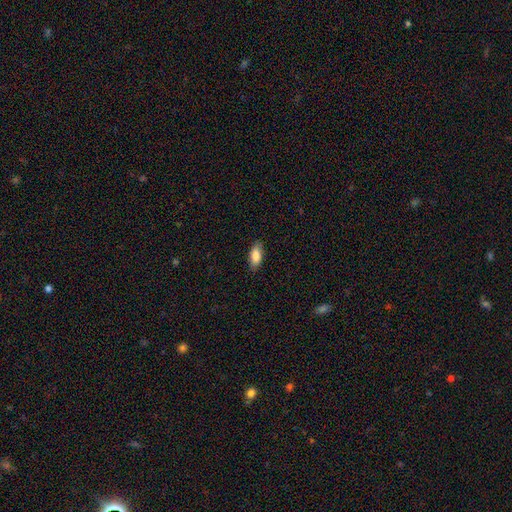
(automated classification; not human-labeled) This is clearly a smooth galaxy (85%). How rounded: clearly in between (84%). Merging: clearly none (87%).